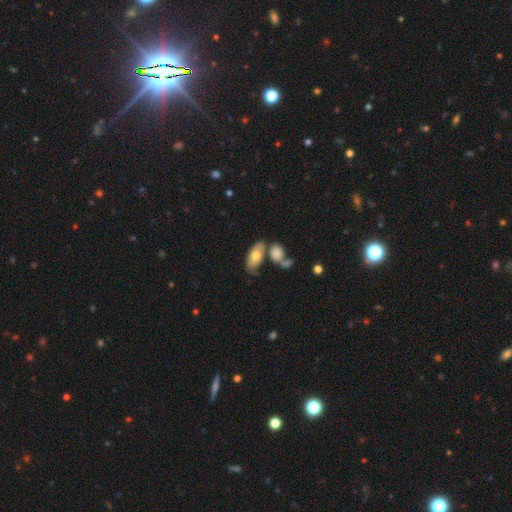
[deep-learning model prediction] Q: Smooth or featured?
A: smooth (73%); runner-up: featured or disk (21%)
Q: How rounded?
A: in between (88%); runner-up: cigar-shaped (8%)
Q: Merging?
A: none (53%); runner-up: merger (26%)